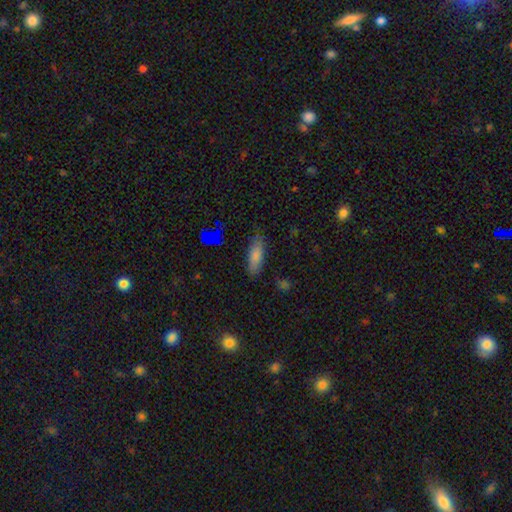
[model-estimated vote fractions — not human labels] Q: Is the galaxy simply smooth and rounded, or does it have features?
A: smooth — 78%.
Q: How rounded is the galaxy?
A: in between — 69%.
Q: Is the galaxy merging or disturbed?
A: none — 80%.